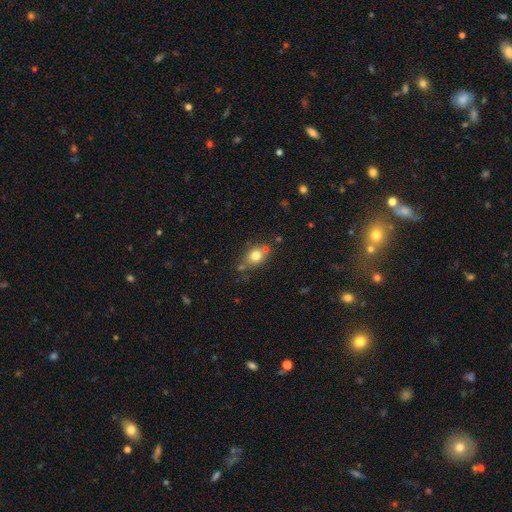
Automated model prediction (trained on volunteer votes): smooth 76%, featured or disk 13%, star or artifact 11%. Down the decision tree: how rounded — round (54%); merging — none (61%).